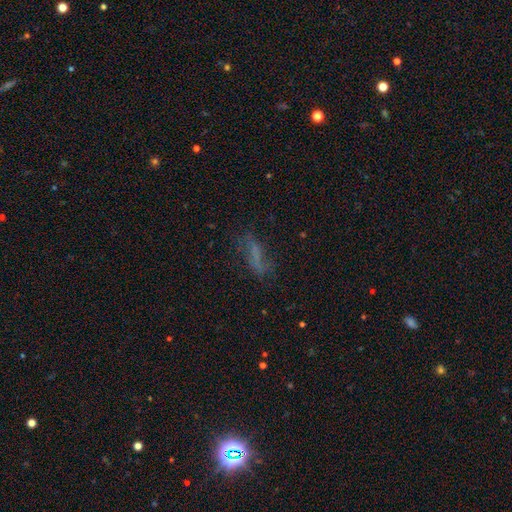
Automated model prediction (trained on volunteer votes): A smooth galaxy with no disk features (47%). Merging: none (55%).